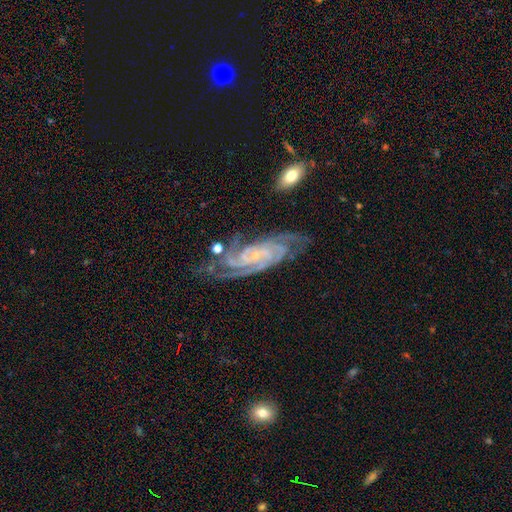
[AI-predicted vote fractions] A featured or disk galaxy (90%) with no bar (59%), 3 (30%) tight (71%) spiral arms (99%) and a small central bulge (82%). Merging: none (68%).